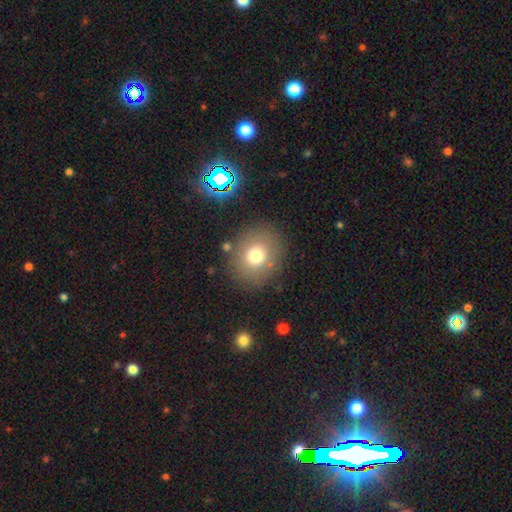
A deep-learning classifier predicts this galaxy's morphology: smooth-or-featured: smooth: 72% | star or artifact: 14% | featured or disk: 14%
  how-rounded: round: 77% | in between: 22% | cigar-shaped: 1%
  merging: none: 83% | minor disturbance: 9% | major disturbance: 4% | merger: 4%